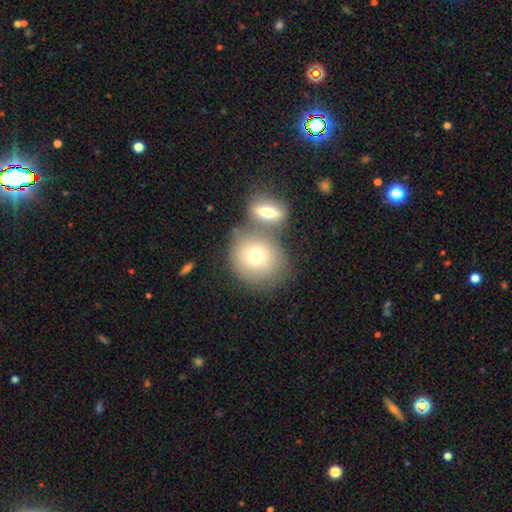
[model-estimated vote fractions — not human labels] This is likely a smooth galaxy (70%). How rounded: likely round (77%). Merging: possibly none (53%).